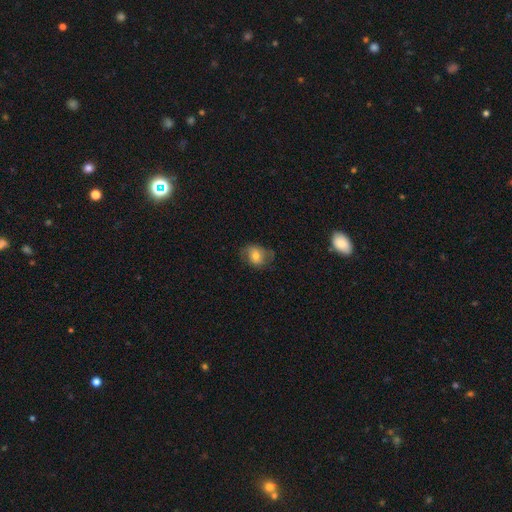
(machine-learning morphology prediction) Smooth or featured? Predicted: smooth (p=0.65). How rounded? Predicted: in between (p=0.55). Merging? Predicted: none (p=0.63).